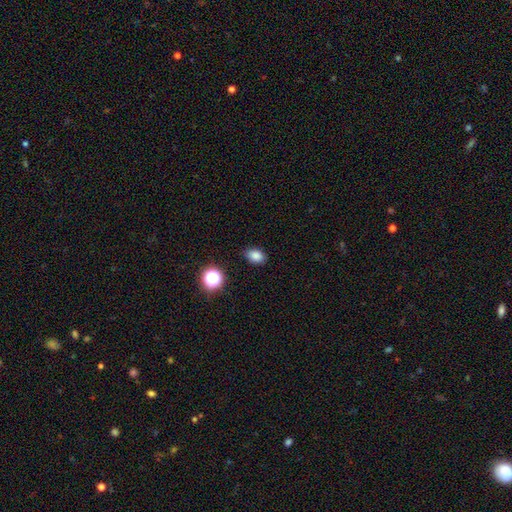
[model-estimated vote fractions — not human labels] Morphology: type=smooth (82%); roundness=in between (78%); merging=none (82%).